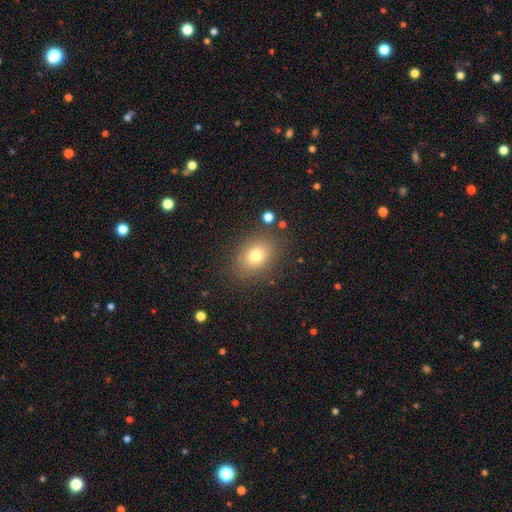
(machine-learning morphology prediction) Smooth or featured: smooth — 76% (star or artifact — 13%)
How rounded: in between — 64% (round — 34%)
Merging: none — 83% (minor disturbance — 11%)